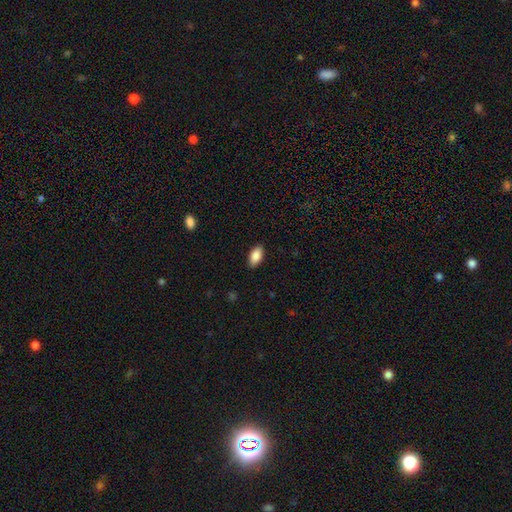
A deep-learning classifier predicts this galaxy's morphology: smooth_or_featured: smooth (p=0.88) [alt: star or artifact p=0.07]
how_rounded: in between (p=0.93) [alt: cigar-shaped p=0.04]
merging: none (p=0.88) [alt: minor disturbance p=0.09]